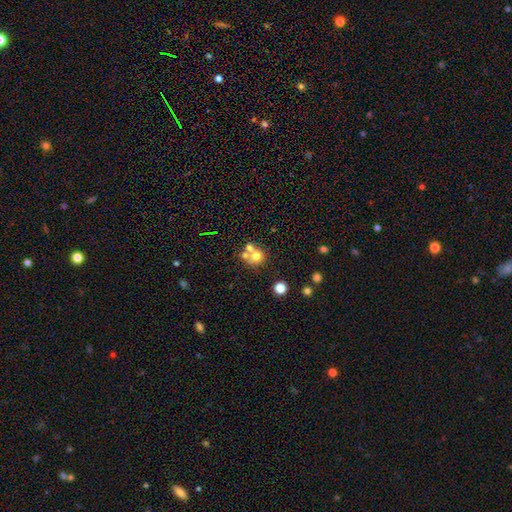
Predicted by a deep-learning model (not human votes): Smooth or featured?
  - smooth: 65% *
  - featured or disk: 19%
  - star or artifact: 15%
How rounded?
  - round: 84% *
  - in between: 15%
  - cigar-shaped: 1%
Merging?
  - none: 44% *
  - merger: 43%
  - minor disturbance: 8%
  - major disturbance: 5%